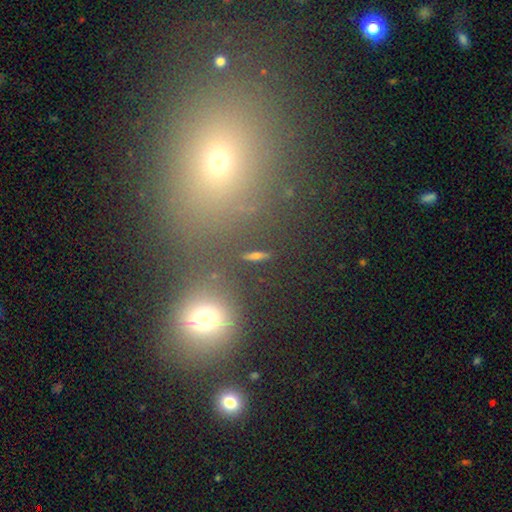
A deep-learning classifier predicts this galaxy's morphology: Smooth or featured? smooth (45%)
Merging? none (87%)